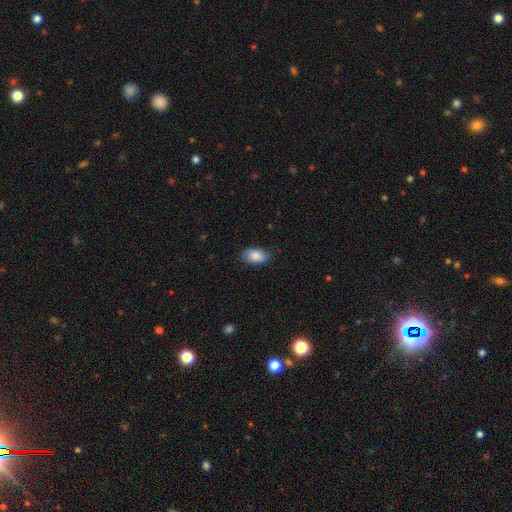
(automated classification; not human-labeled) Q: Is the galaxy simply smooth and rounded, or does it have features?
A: smooth — 87%.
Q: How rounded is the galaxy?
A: in between — 93%.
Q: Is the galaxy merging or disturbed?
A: none — 82%.